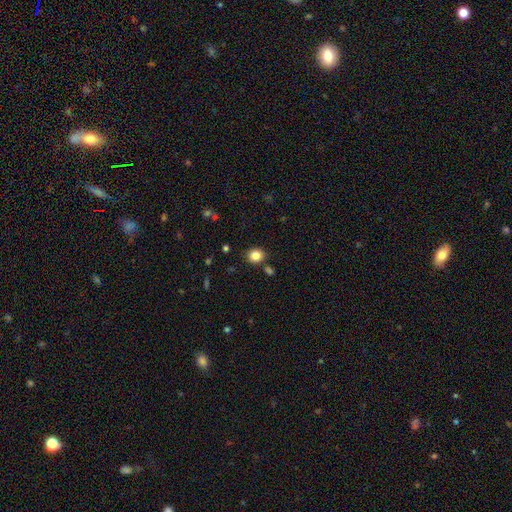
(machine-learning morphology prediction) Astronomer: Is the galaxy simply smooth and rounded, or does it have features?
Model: smooth — 83%.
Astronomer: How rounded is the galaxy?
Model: round — 78%.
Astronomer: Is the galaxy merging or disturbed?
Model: none — 85%.